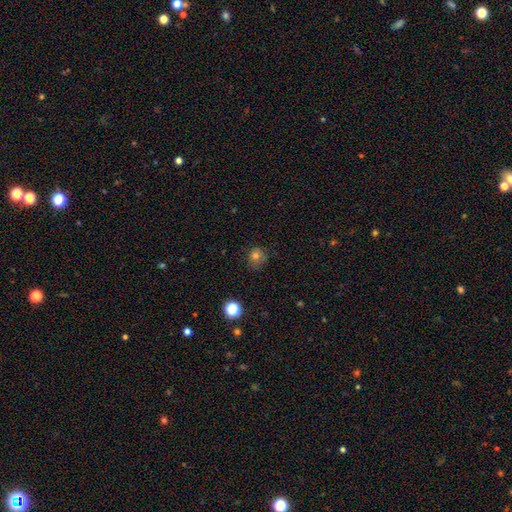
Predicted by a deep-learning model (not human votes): The model was most divided on "merging": none: 70%, minor disturbance: 21%, major disturbance: 7%, merger: 2%. More confident: how rounded — round (81%); smooth or featured — smooth (75%).